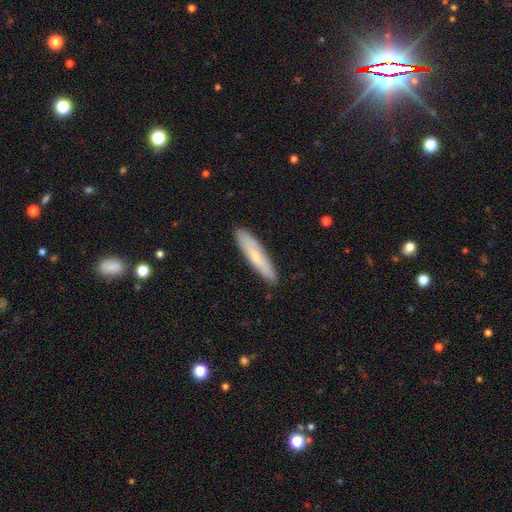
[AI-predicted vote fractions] Smooth or featured: smooth — 66% (featured or disk — 28%)
How rounded: cigar-shaped — 87% (in between — 11%)
Merging: none — 88% (minor disturbance — 9%)